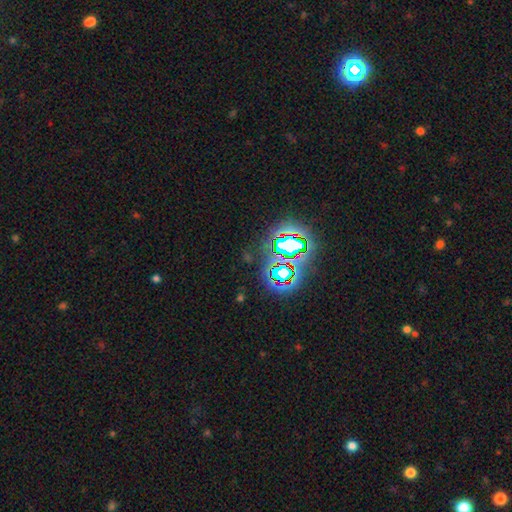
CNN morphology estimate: This is likely a star or artifact rather than a galaxy (79%).